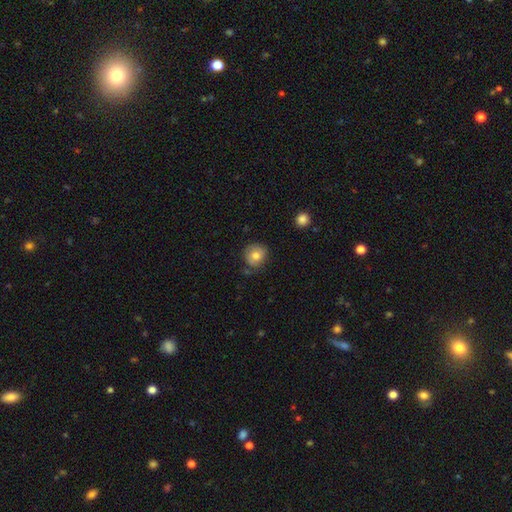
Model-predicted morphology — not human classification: The model was most divided on "merging": none: 72%, minor disturbance: 21%, major disturbance: 4%, merger: 3%. More confident: how rounded — round (86%); smooth or featured — smooth (76%).